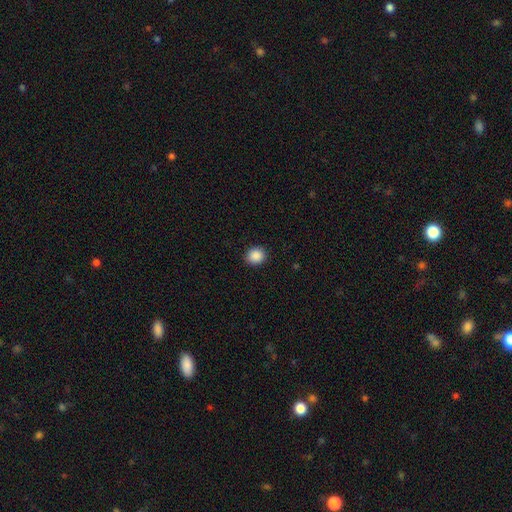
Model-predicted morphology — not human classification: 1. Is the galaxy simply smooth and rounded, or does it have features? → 89% smooth, 9% star or artifact, 3% featured or disk.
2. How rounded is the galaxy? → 79% round, 20% in between, 1% cigar-shaped.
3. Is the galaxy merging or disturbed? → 91% none, 6% minor disturbance, 2% major disturbance, 1% merger.